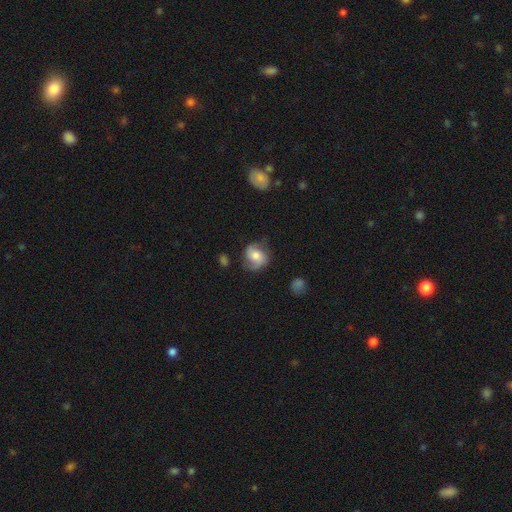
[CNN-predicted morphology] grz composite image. It shows a featured or disk galaxy (49%). Merging: none (65%).